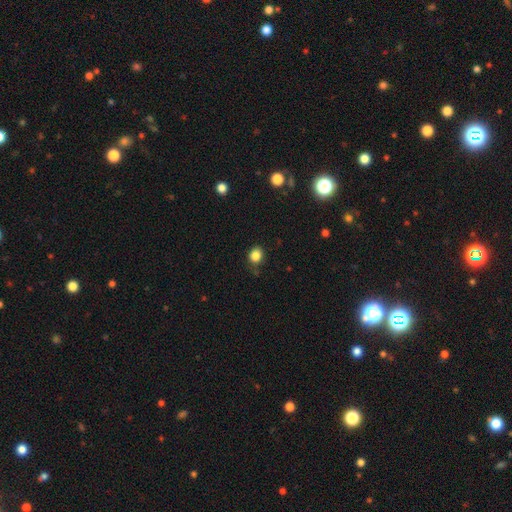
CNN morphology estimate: This is clearly a smooth galaxy (85%). How rounded: likely round (69%). Merging: clearly none (82%).